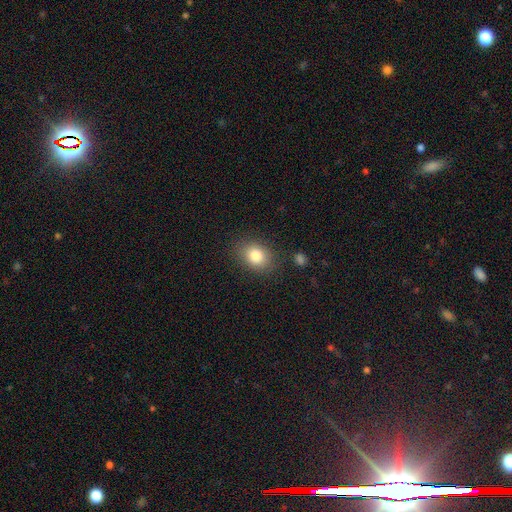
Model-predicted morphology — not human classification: smooth_or_featured: smooth (p=0.82) [alt: star or artifact p=0.10]
how_rounded: in between (p=0.62) [alt: round p=0.37]
merging: none (p=0.82) [alt: minor disturbance p=0.12]